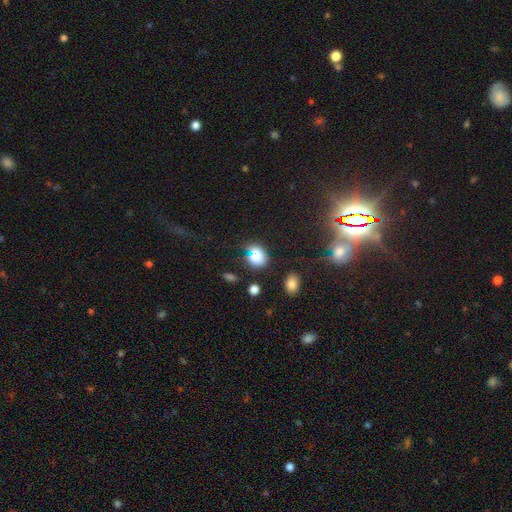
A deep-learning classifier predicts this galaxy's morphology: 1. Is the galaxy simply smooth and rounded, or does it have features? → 75% smooth, 14% star or artifact, 11% featured or disk.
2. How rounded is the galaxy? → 54% in between, 44% round, 2% cigar-shaped.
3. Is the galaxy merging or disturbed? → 46% none, 25% minor disturbance, 16% merger, 13% major disturbance.